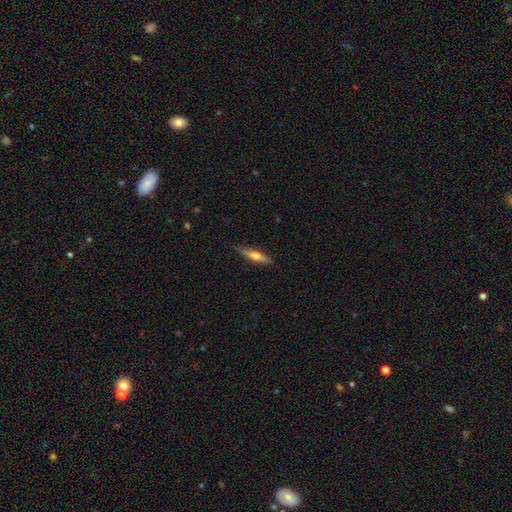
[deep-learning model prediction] Smooth or featured? Predicted: featured or disk (p=0.53). Edge-on disk? Predicted: yes (p=0.95). Edge-on bulge? Predicted: rounded (p=0.91). Merging? Predicted: none (p=0.85).